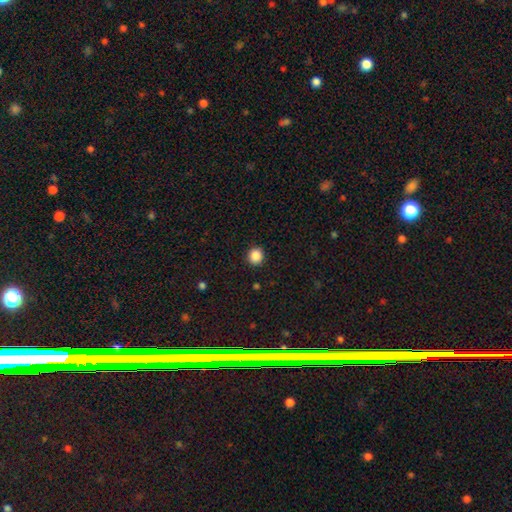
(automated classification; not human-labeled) A smooth galaxy with no disk features (87%) that is round (89%).

Vote fractions:
- Smooth or featured? smooth: 87% / star or artifact: 10% / featured or disk: 2%
- How rounded? round: 89% / in between: 10% / cigar-shaped: 1%
- Merging? none: 91% / minor disturbance: 6% / major disturbance: 2% / merger: 1%